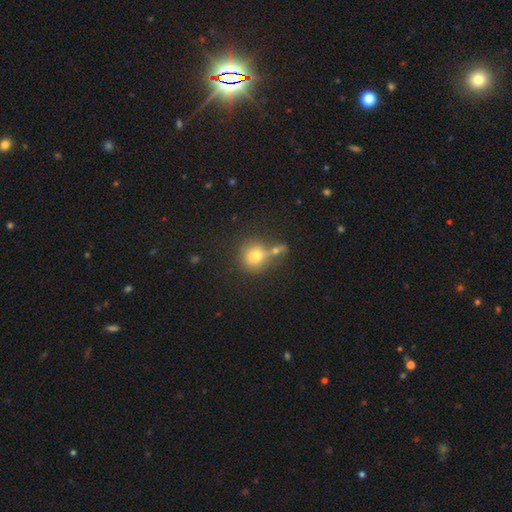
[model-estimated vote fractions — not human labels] smooth_or_featured: smooth (p=0.73) [alt: star or artifact p=0.13]
how_rounded: round (p=0.88) [alt: in between p=0.11]
merging: none (p=0.49) [alt: merger p=0.32]